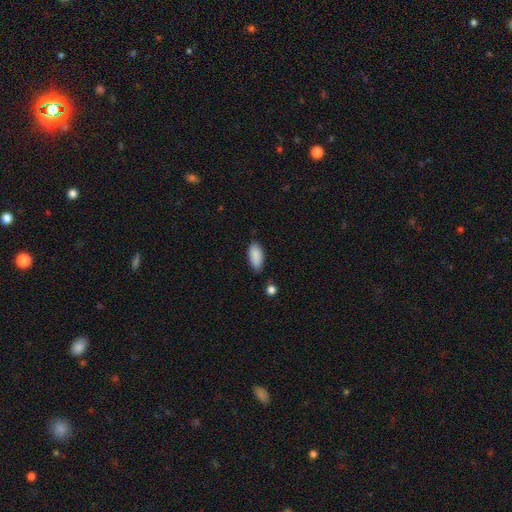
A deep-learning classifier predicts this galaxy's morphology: A smooth galaxy with no disk features (89%) that is in between round and cigar-shaped (89%).

Vote fractions:
- Smooth or featured? smooth: 89% / star or artifact: 6% / featured or disk: 5%
- How rounded? in between: 89% / cigar-shaped: 9% / round: 2%
- Merging? none: 77% / minor disturbance: 17% / major disturbance: 3% / merger: 3%